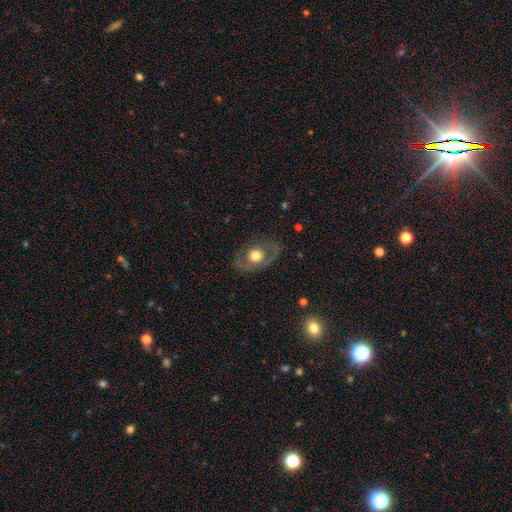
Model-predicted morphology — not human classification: Smooth or featured: featured or disk — 48% (smooth — 45%)
Merging: none — 78% (minor disturbance — 14%)